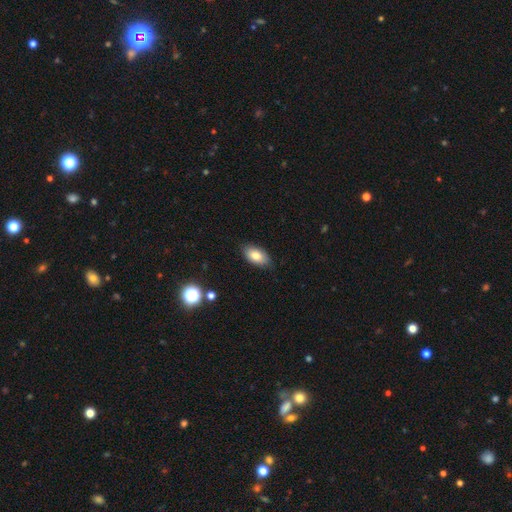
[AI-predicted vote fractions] Smooth or featured? smooth (82%)
How rounded? in between (93%)
Merging? none (84%)